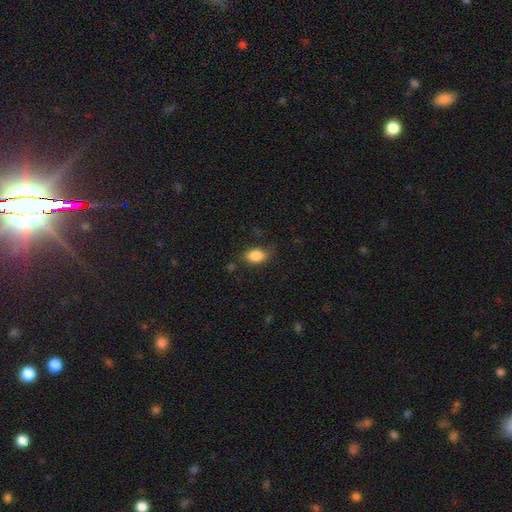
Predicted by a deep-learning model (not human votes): Q: Smooth or featured?
A: smooth (87%); runner-up: star or artifact (8%)
Q: How rounded?
A: in between (86%); runner-up: round (12%)
Q: Merging?
A: none (75%); runner-up: minor disturbance (18%)